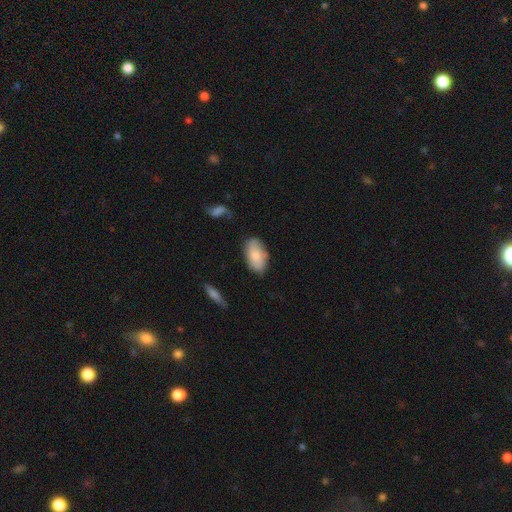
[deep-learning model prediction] A smooth galaxy with no disk features (80%) that is in between round and cigar-shaped (94%). Merging: none (72%).